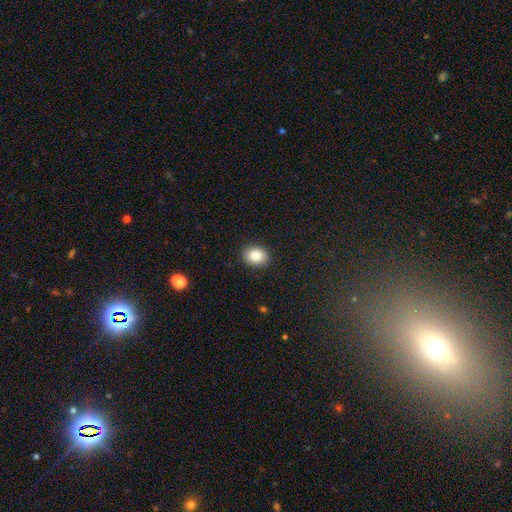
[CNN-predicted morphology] smooth 85%, star or artifact 8%, featured or disk 7%. Down the decision tree: how rounded — in between (58%); merging — none (90%).